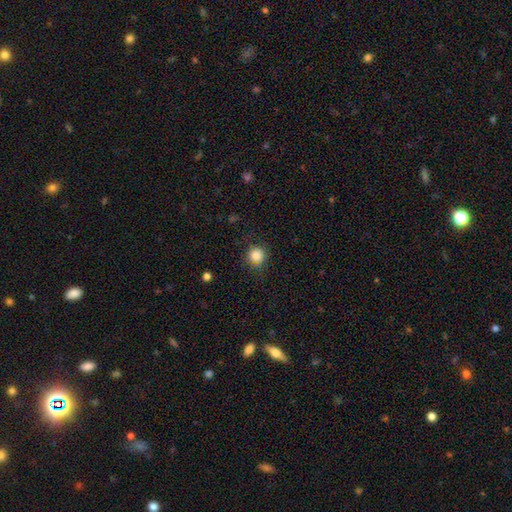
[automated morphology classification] A smooth galaxy with no disk features (84%) that is round (92%). Merging: none (86%).